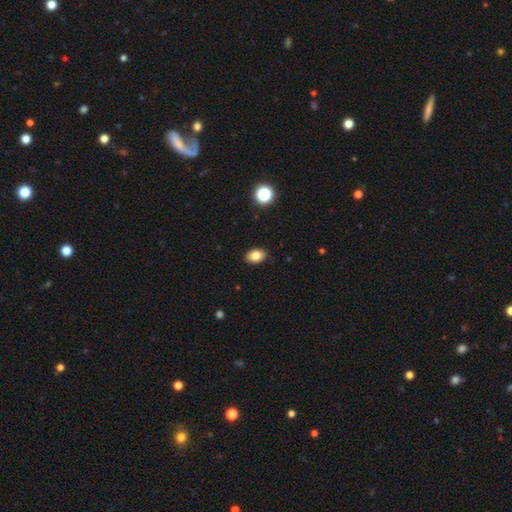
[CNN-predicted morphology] A smooth galaxy with no disk features (83%) that is in between round and cigar-shaped (81%). Merging: none (89%).